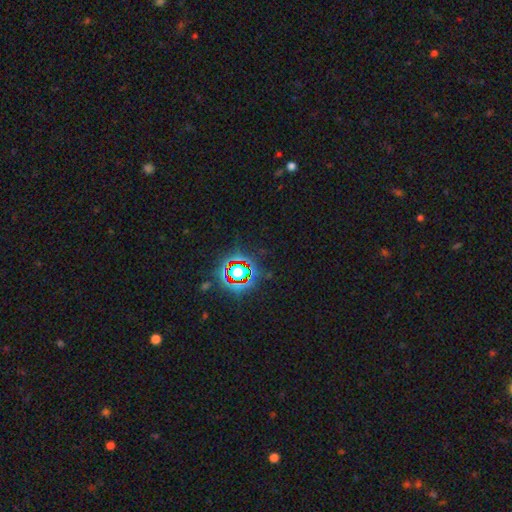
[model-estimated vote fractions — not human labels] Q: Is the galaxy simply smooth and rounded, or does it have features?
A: star or artifact — 81%.